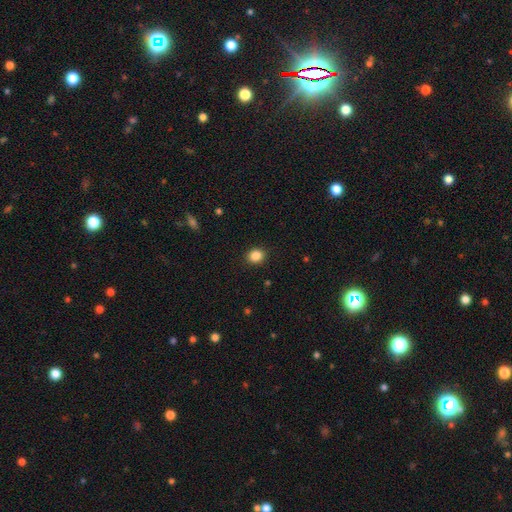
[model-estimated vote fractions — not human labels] Smooth or featured? Predicted: smooth (p=0.86). How rounded? Predicted: round (p=0.68). Merging? Predicted: none (p=0.90).